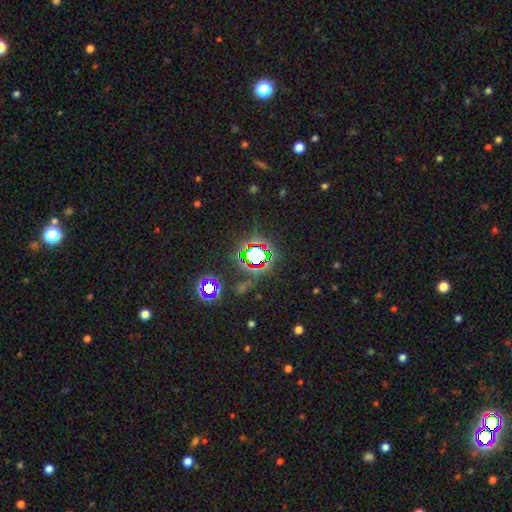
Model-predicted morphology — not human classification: smooth-or-featured: star or artifact: 74% | smooth: 16% | featured or disk: 10%